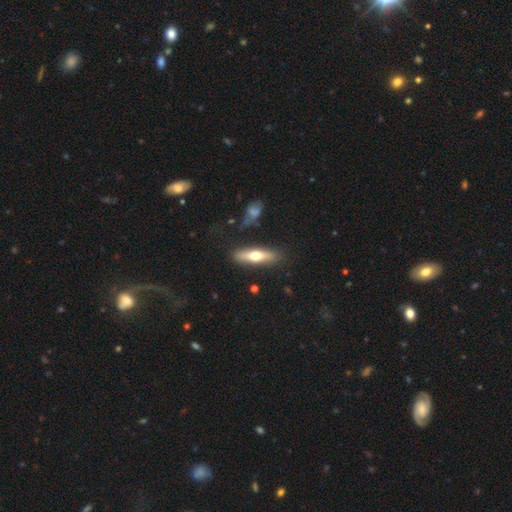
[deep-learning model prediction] A smooth galaxy with no disk features (51%) that is cigar-shaped (70%). Merging: none (84%).